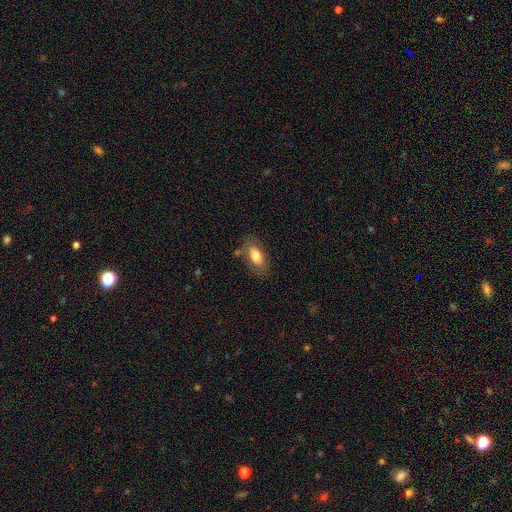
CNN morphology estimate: smooth 73%, featured or disk 19%, star or artifact 7%. Down the decision tree: how rounded — in between (88%); merging — none (72%).